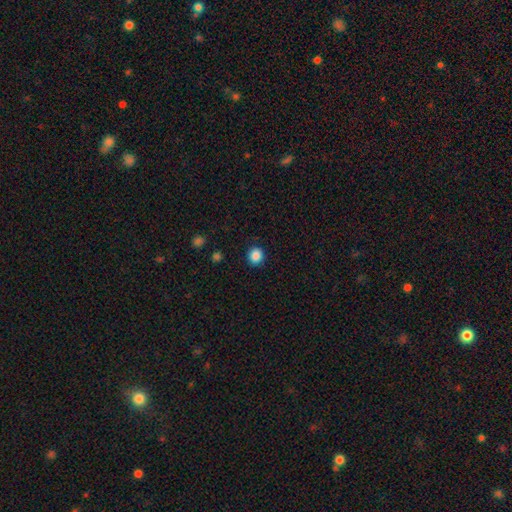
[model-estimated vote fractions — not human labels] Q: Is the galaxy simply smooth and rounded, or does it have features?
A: smooth — 87%.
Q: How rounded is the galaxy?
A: round — 86%.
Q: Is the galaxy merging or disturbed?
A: none — 91%.